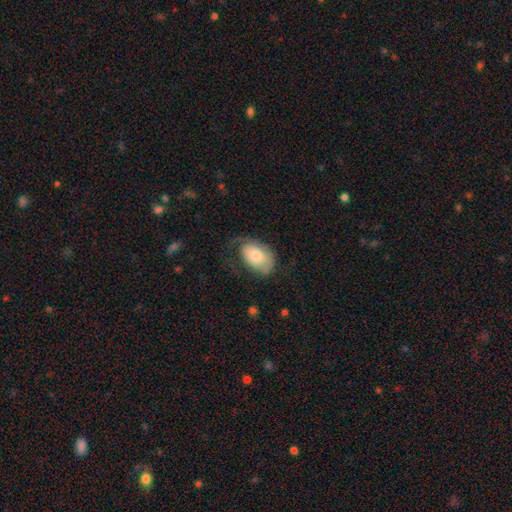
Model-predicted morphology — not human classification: type=smooth (65%); roundness=in between (90%); merging=none (39%).